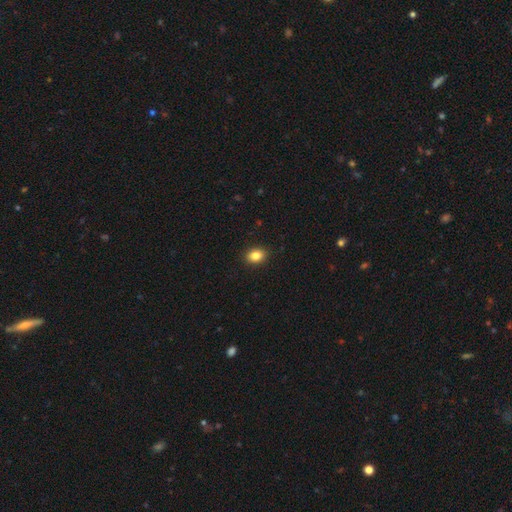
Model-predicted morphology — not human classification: smooth-or-featured: smooth: 85% | star or artifact: 9% | featured or disk: 5%
  how-rounded: in between: 64% | round: 35% | cigar-shaped: 1%
  merging: none: 91% | minor disturbance: 6% | major disturbance: 2% | merger: 1%